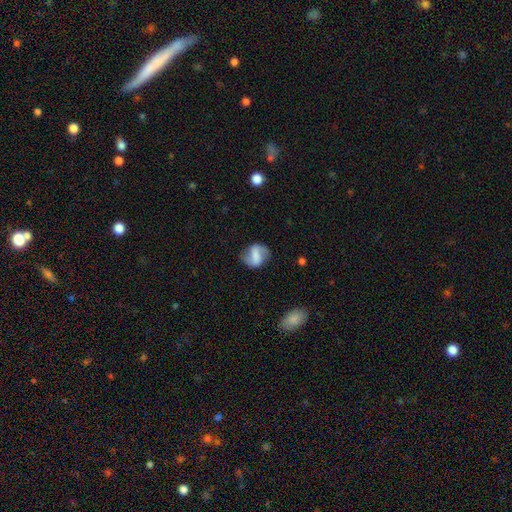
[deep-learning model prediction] smooth-or-featured: featured or disk: 52% | smooth: 39% | star or artifact: 9%
  disk-edge-on: no: 95% | yes: 5%
  merging: none: 73% | minor disturbance: 18% | major disturbance: 7% | merger: 2%